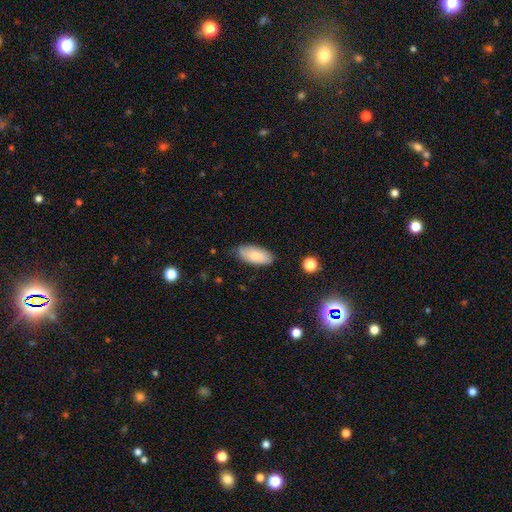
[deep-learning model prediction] Overall: smooth (81%). How rounded: in between (90%). Merging: none (76%).